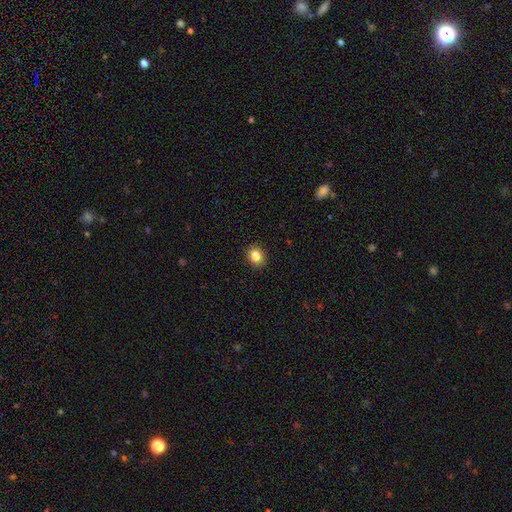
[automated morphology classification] A smooth galaxy with no disk features (84%) that is round (65%).

Vote fractions:
- Smooth or featured? smooth: 84% / star or artifact: 10% / featured or disk: 6%
- How rounded? round: 65% / in between: 34% / cigar-shaped: 1%
- Merging? none: 91% / minor disturbance: 6% / major disturbance: 2% / merger: 1%